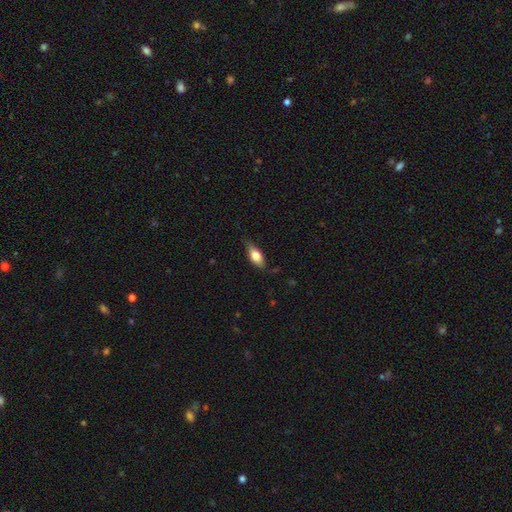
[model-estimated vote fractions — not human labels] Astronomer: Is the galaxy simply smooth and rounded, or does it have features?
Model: smooth — 72%.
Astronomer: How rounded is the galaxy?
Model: in between — 79%.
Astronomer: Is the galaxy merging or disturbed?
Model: none — 72%.